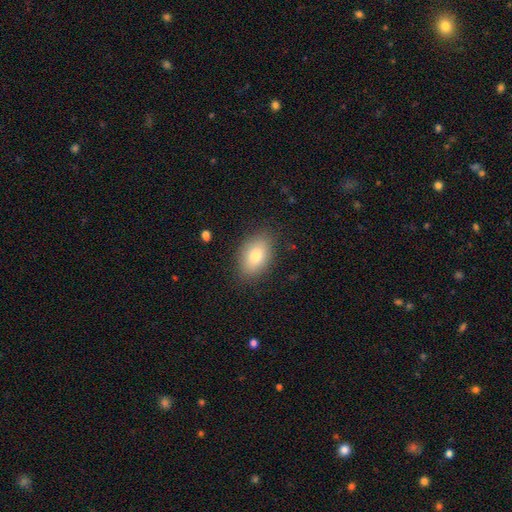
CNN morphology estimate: smooth 80%, featured or disk 13%, star or artifact 8%. Down the decision tree: how rounded — in between (87%); merging — none (84%).